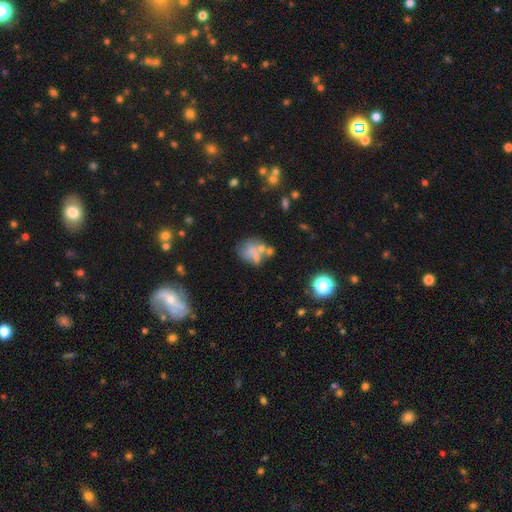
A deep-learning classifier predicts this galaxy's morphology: smooth-or-featured: smooth: 50% | featured or disk: 32% | star or artifact: 18%
  how-rounded: round: 52% | in between: 47% | cigar-shaped: 2%
  merging: none: 38% | merger: 27% | minor disturbance: 19% | major disturbance: 15%